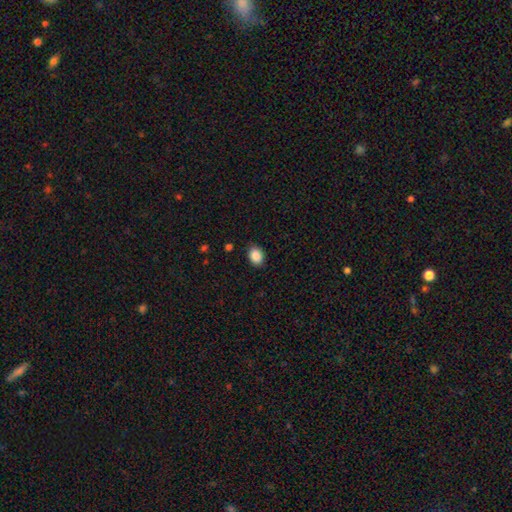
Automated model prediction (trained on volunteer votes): A smooth galaxy with no disk features (89%) that is in between round and cigar-shaped (74%). Merging: none (86%).